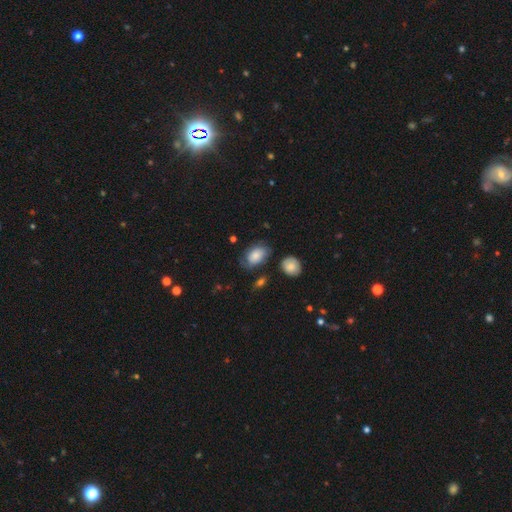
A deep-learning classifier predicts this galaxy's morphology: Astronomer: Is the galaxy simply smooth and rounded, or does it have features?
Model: smooth — 71%.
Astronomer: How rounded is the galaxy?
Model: in between — 85%.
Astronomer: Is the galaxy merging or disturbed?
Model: none — 54%.